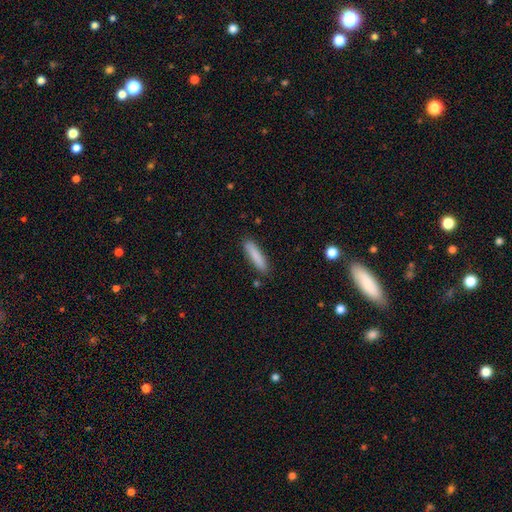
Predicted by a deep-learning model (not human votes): A smooth galaxy with no disk features (84%) that is cigar-shaped (82%). Merging: none (86%).